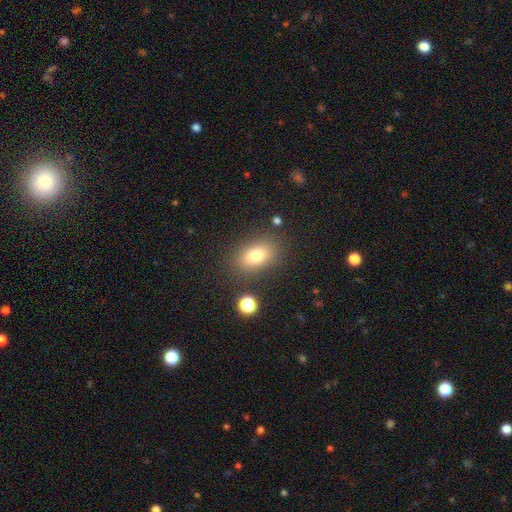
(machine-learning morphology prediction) type=smooth (78%); roundness=in between (81%); merging=none (82%).